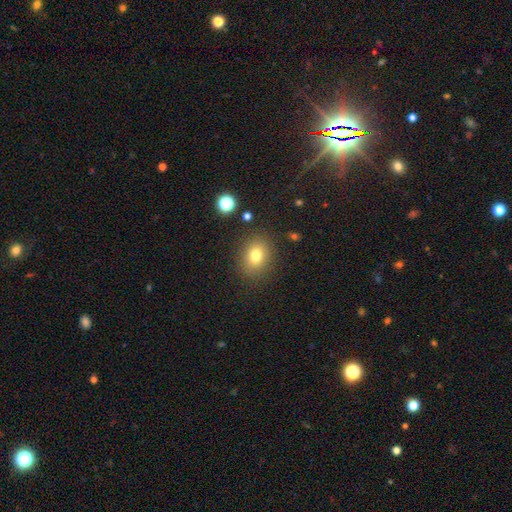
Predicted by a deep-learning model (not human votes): Smooth or featured: smooth — 77% (star or artifact — 13%)
How rounded: round — 51% (in between — 48%)
Merging: none — 85% (minor disturbance — 9%)